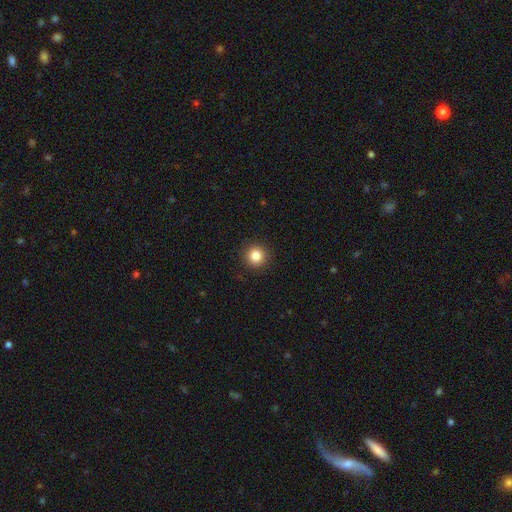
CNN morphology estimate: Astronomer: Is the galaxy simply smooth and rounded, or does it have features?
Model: smooth — 84%.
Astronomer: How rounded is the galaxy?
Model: round — 94%.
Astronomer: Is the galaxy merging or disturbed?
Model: none — 92%.